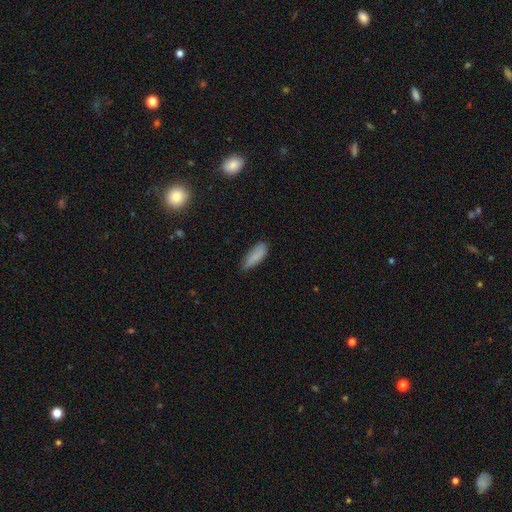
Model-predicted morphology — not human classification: Overall: smooth (85%). How rounded: in between (63%; cigar-shaped 35%). Merging: none (68%).